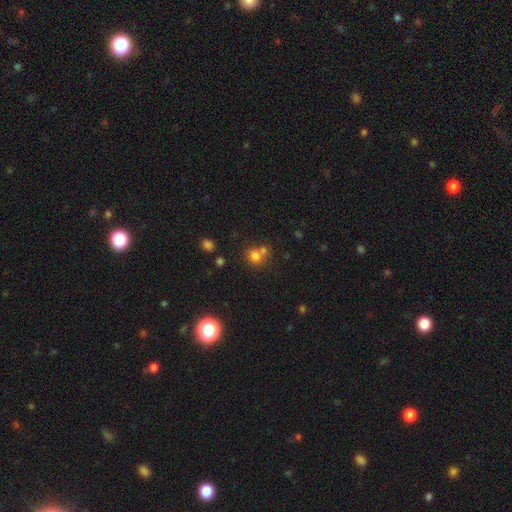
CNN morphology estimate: This appears to be a smooth galaxy with no disk features (75%) that is round (81%). Merging: none (50%).